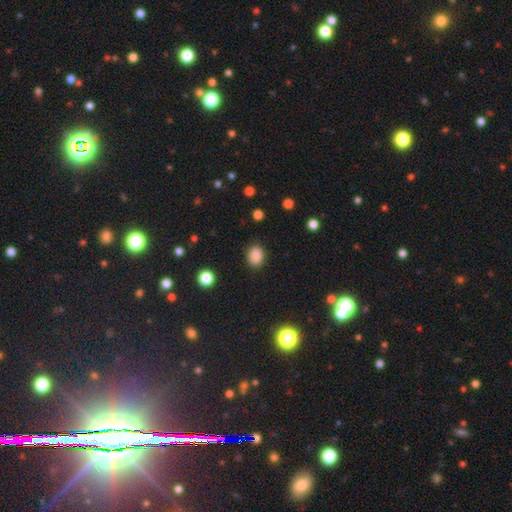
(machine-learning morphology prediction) type=smooth (87%); roundness=in between (54%); merging=none (87%).